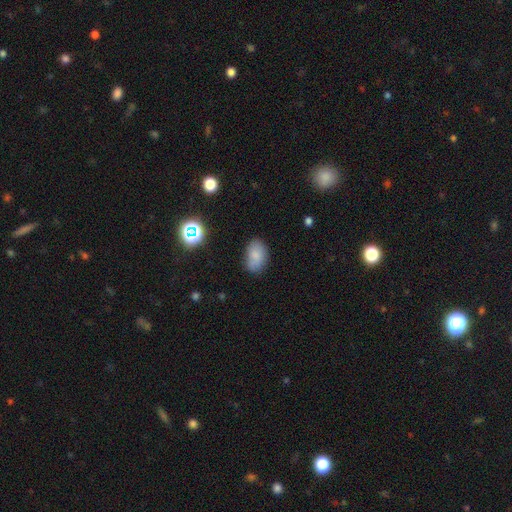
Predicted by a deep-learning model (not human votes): smooth_or_featured: smooth (p=0.80) [alt: star or artifact p=0.11]
how_rounded: in between (p=0.89) [alt: round p=0.10]
merging: none (p=0.76) [alt: minor disturbance p=0.17]